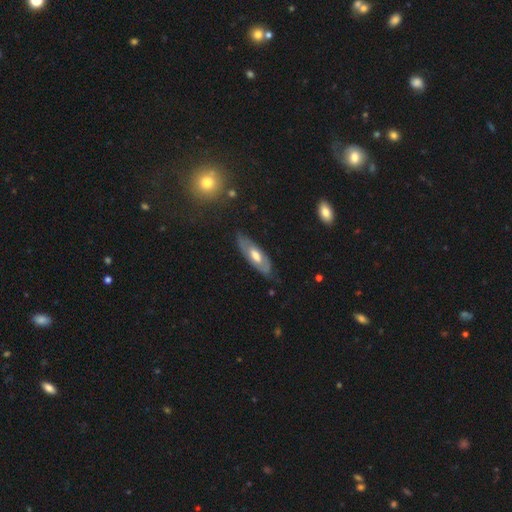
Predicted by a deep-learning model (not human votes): Morphology: type=featured or disk (57%); edge-on=no (71%); merging=none (75%).